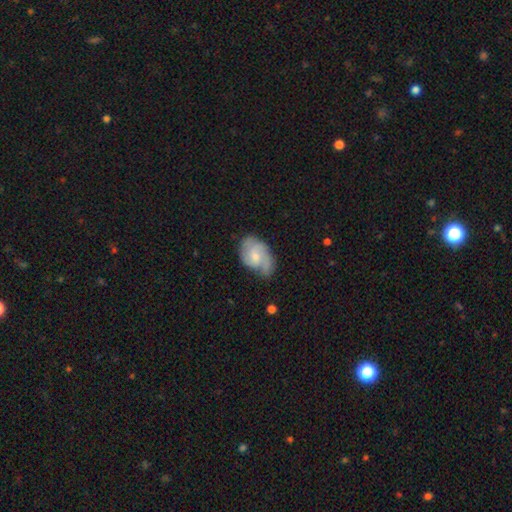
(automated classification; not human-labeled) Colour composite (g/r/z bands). It shows a featured or disk galaxy (64%) with no bar (57%), 2 (50%) medium (46%) spiral arms (90%) and a small central bulge (46%). Merging: none (55%).